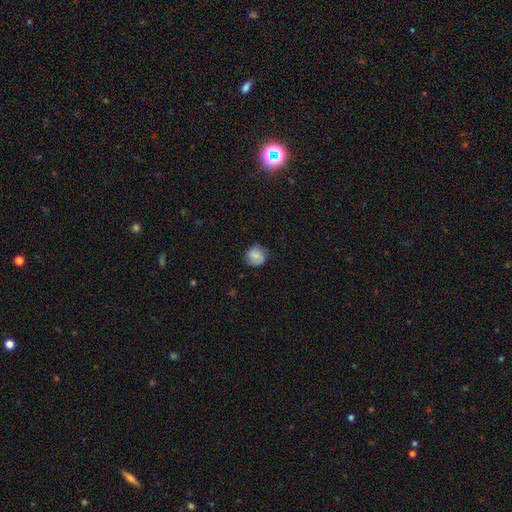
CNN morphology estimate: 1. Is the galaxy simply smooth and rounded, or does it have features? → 72% smooth, 19% featured or disk, 9% star or artifact.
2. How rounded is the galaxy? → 83% round, 16% in between, 1% cigar-shaped.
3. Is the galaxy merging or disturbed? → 76% none, 18% minor disturbance, 5% major disturbance, 1% merger.